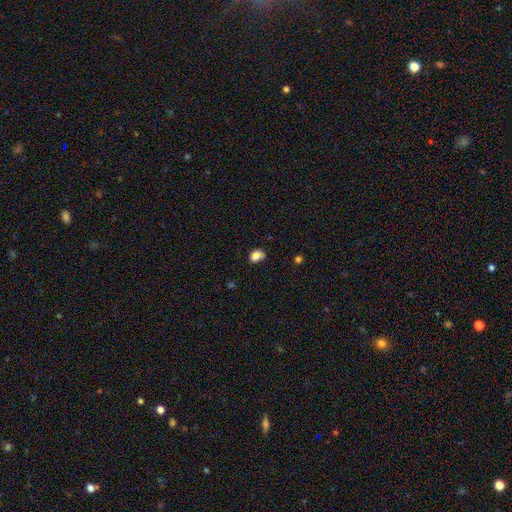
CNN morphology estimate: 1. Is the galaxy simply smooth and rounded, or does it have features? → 73% smooth, 15% featured or disk, 13% star or artifact.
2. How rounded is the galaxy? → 58% in between, 41% round, 1% cigar-shaped.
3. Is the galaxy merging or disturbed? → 51% none, 29% minor disturbance, 12% major disturbance, 9% merger.